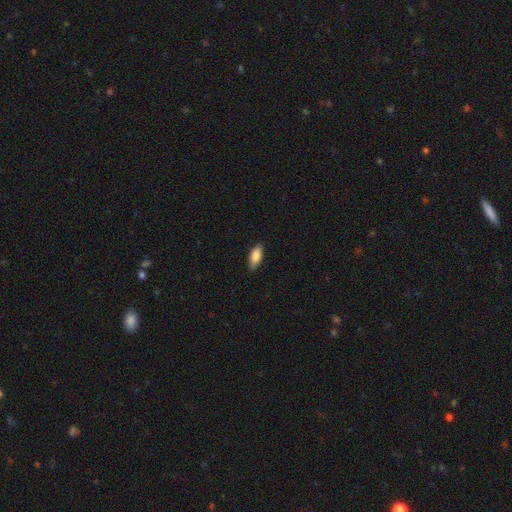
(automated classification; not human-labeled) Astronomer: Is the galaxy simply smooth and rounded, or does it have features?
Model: smooth — 83%.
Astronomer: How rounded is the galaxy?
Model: in between — 79%.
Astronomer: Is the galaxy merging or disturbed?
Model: none — 85%.